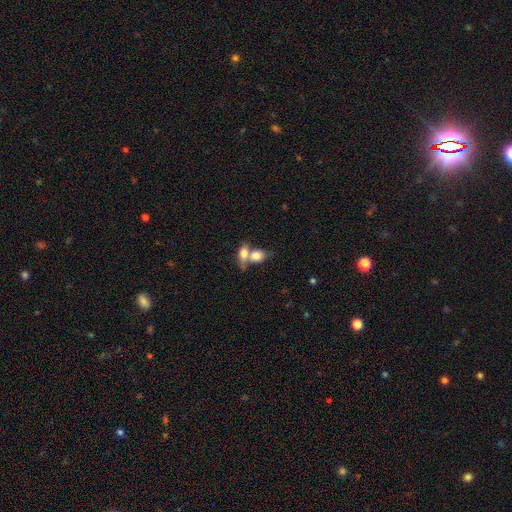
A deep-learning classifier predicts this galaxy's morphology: smooth_or_featured: smooth (p=0.78) [alt: featured or disk p=0.15]
how_rounded: in between (p=0.63) [alt: round p=0.33]
merging: merger (p=0.65) [alt: none p=0.23]